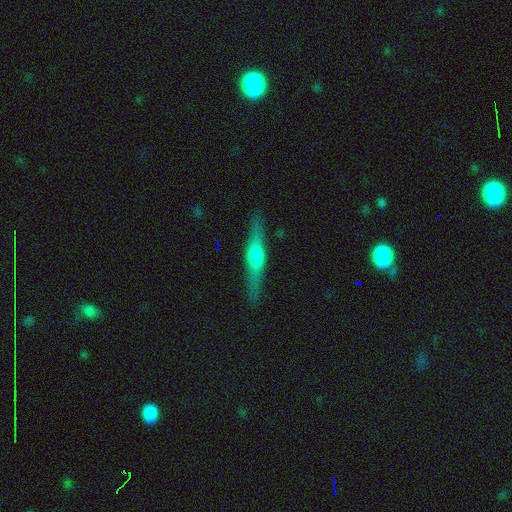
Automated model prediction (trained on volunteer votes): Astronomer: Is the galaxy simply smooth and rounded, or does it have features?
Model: featured or disk — 55% (runner-up: smooth, 38%).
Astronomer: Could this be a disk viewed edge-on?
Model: yes — 93%.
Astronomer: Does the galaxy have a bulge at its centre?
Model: rounded — 81%.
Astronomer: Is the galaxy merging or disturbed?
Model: none — 86%.